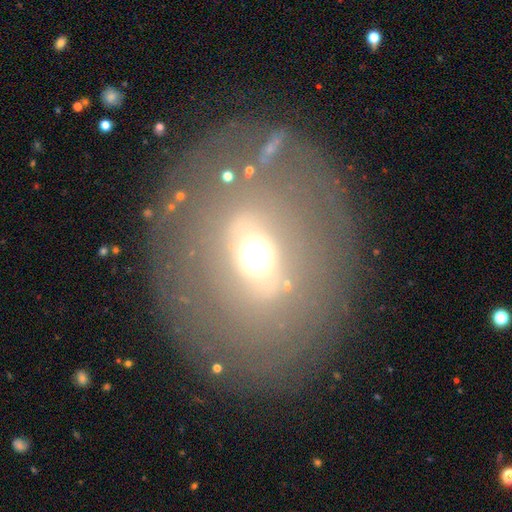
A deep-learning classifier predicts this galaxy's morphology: This is possibly a smooth galaxy (47%). Merging: likely none (74%).